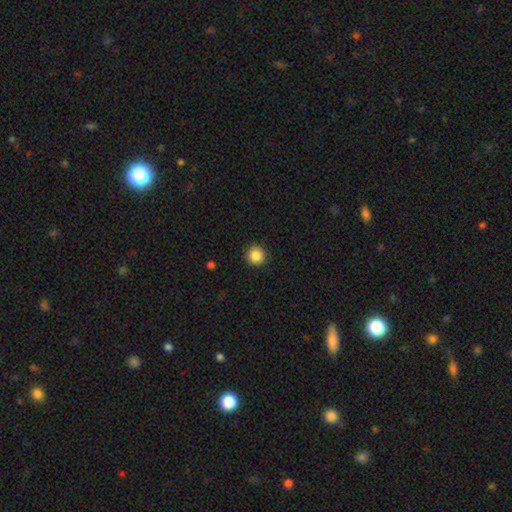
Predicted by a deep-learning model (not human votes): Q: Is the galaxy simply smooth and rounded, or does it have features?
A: smooth — 86%.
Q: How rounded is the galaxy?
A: round — 95%.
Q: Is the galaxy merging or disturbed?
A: none — 92%.